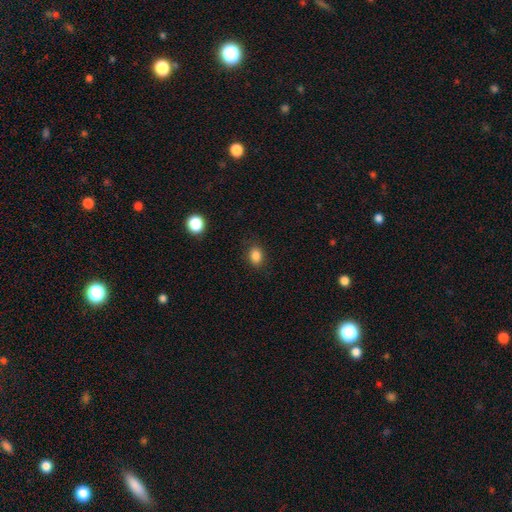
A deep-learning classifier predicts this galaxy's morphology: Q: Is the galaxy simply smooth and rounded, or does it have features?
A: smooth — 85%.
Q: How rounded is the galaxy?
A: in between — 66%.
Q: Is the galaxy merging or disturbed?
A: none — 85%.